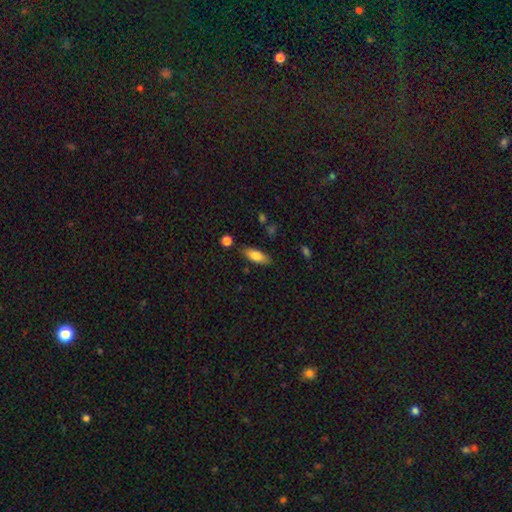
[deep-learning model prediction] smooth_or_featured: smooth (p=0.77) [alt: featured or disk p=0.16]
how_rounded: in between (p=0.73) [alt: cigar-shaped p=0.25]
merging: none (p=0.81) [alt: minor disturbance p=0.13]